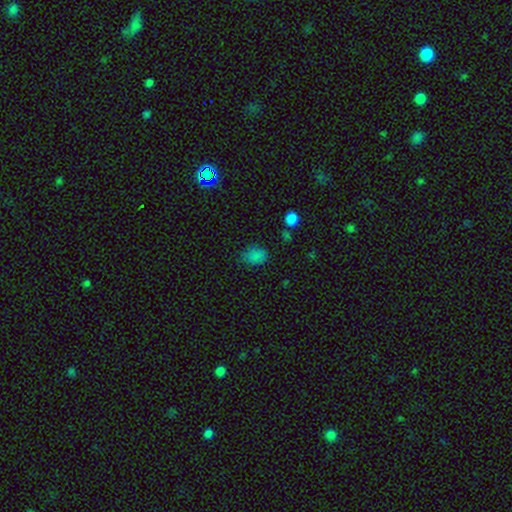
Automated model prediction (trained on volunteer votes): Smooth or featured?
  - smooth: 79% *
  - star or artifact: 17%
  - featured or disk: 5%
How rounded?
  - in between: 69% *
  - round: 30%
  - cigar-shaped: 1%
Merging?
  - none: 67% *
  - minor disturbance: 24%
  - major disturbance: 6%
  - merger: 3%